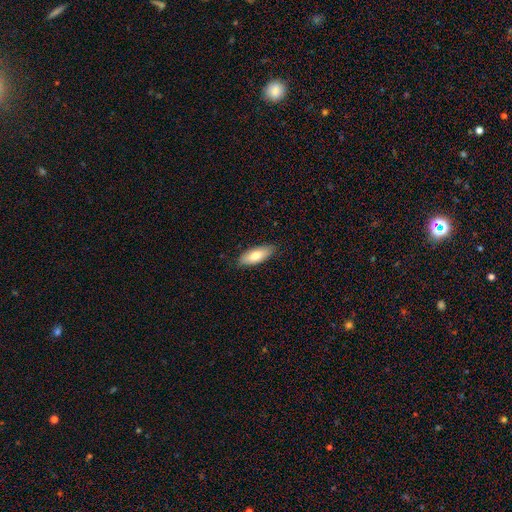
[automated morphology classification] Smooth or featured?
  - smooth: 76% *
  - featured or disk: 18%
  - star or artifact: 6%
How rounded?
  - in between: 77% *
  - cigar-shaped: 21%
  - round: 2%
Merging?
  - none: 86% *
  - minor disturbance: 11%
  - major disturbance: 2%
  - merger: 1%